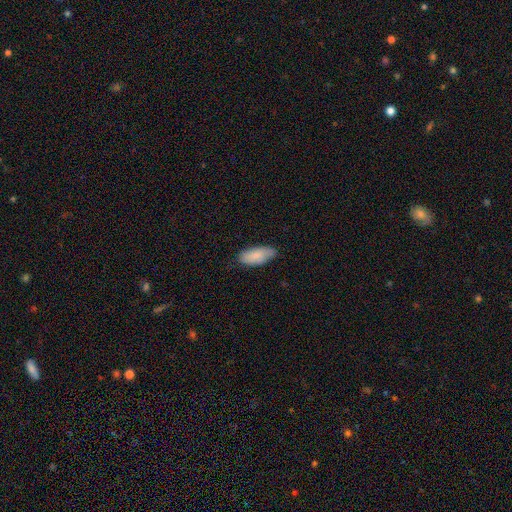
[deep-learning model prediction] This is clearly a smooth galaxy (83%). How rounded: clearly in between (86%). Merging: likely none (74%).